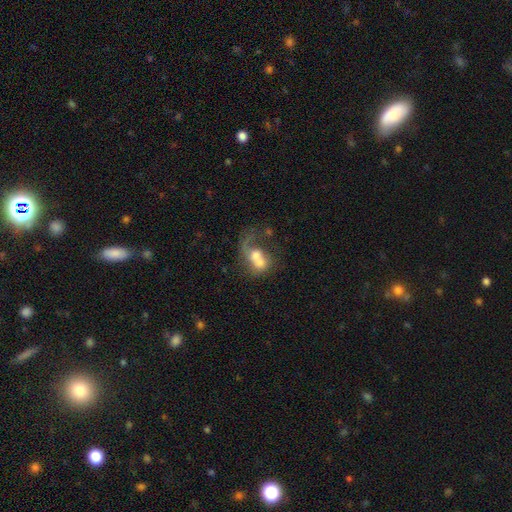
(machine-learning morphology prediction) A featured or disk galaxy (48%).

Vote fractions:
- Smooth or featured? featured or disk: 48% / smooth: 42% / star or artifact: 10%
- Merging? merger: 61% / major disturbance: 18% / none: 13% / minor disturbance: 8%